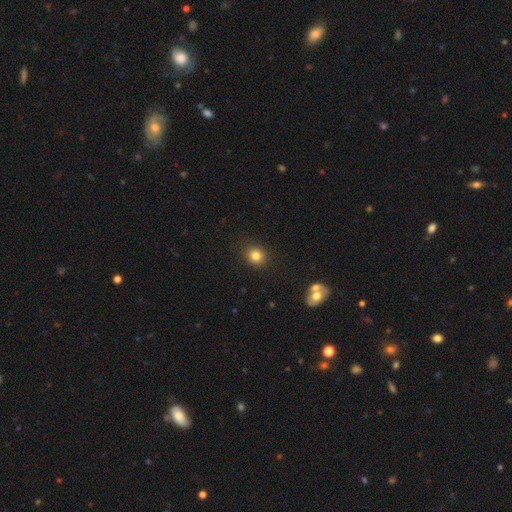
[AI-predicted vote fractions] Smooth or featured: smooth — 82% (star or artifact — 12%)
How rounded: round — 82% (in between — 17%)
Merging: none — 89% (minor disturbance — 7%)